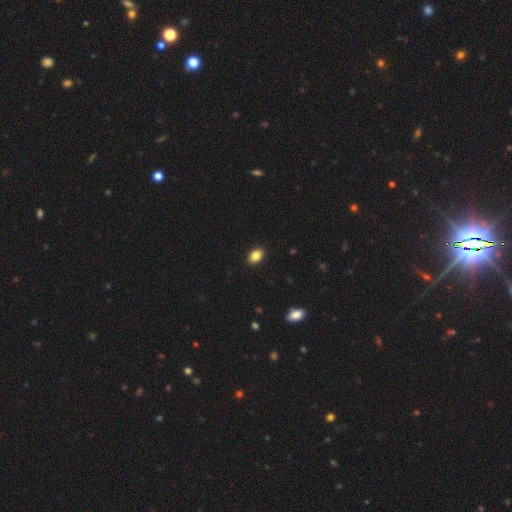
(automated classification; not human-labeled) The model was most divided on "how rounded": in between: 83%, round: 16%, cigar-shaped: 1%. More confident: merging — none (90%); smooth or featured — smooth (85%).